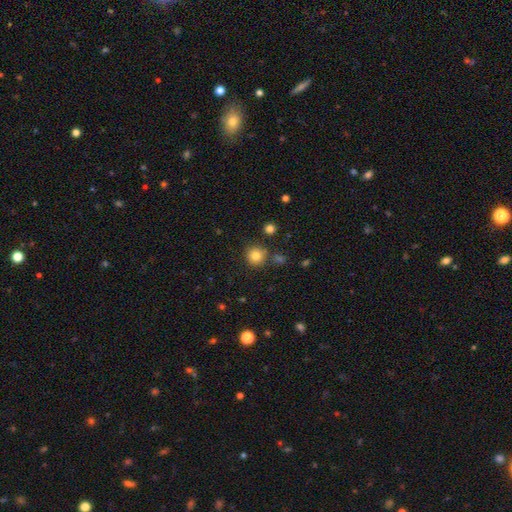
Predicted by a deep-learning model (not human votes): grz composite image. It shows a smooth galaxy with no disk features (82%) that is round (93%). Merging: none (82%).